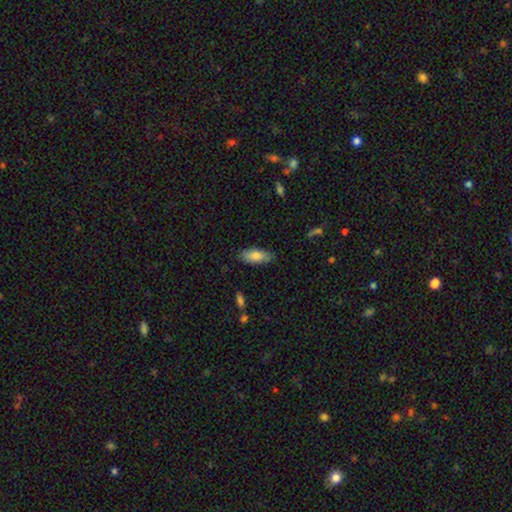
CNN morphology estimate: This is clearly a smooth galaxy (82%). How rounded: likely in between (80%). Merging: clearly none (82%).